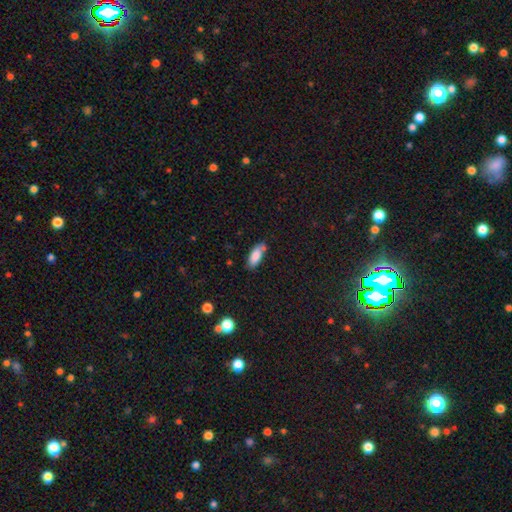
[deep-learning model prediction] smooth-or-featured: smooth: 83% | featured or disk: 10% | star or artifact: 7%
  how-rounded: in between: 80% | cigar-shaped: 18% | round: 2%
  merging: none: 69% | minor disturbance: 20% | merger: 7% | major disturbance: 4%